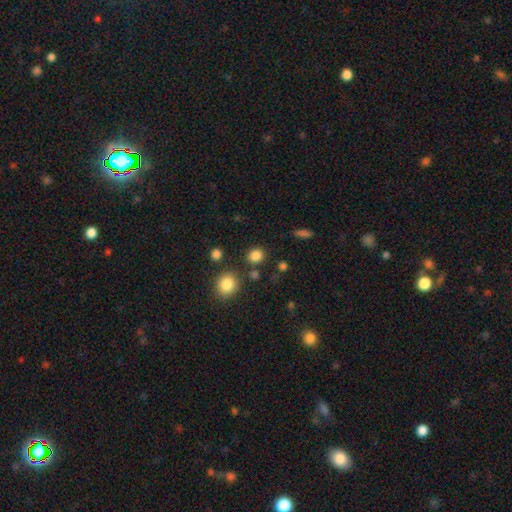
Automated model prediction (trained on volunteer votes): Smooth or featured: smooth — 83% (star or artifact — 13%)
How rounded: round — 83% (in between — 16%)
Merging: none — 82% (minor disturbance — 8%)